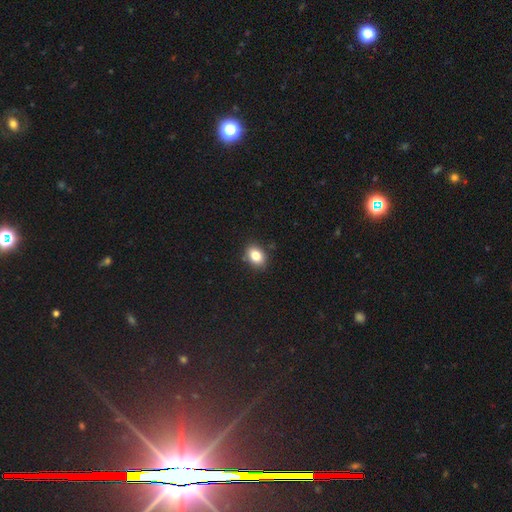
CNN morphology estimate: Smooth or featured: smooth — 83% (star or artifact — 9%)
How rounded: in between — 73% (round — 26%)
Merging: none — 86% (minor disturbance — 10%)